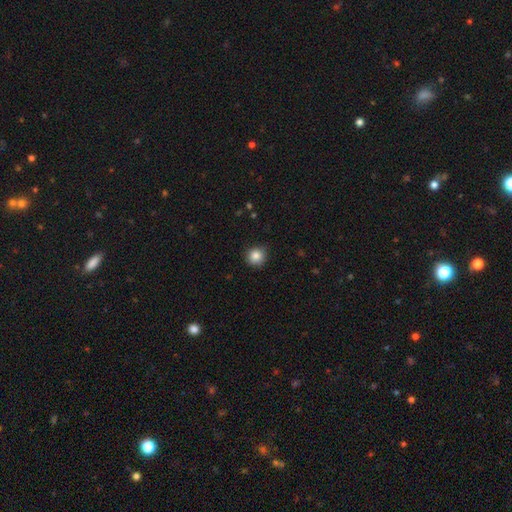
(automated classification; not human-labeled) Morphology: type=smooth (85%); roundness=round (91%); merging=none (86%).